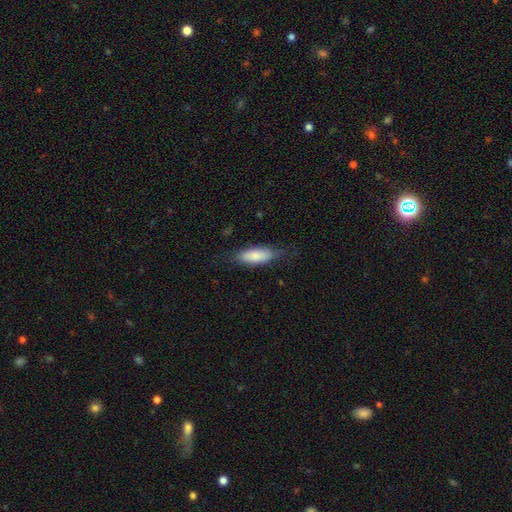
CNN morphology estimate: Smooth or featured? Predicted: smooth (p=0.81). How rounded? Predicted: in between (p=0.70). Merging? Predicted: none (p=0.72).